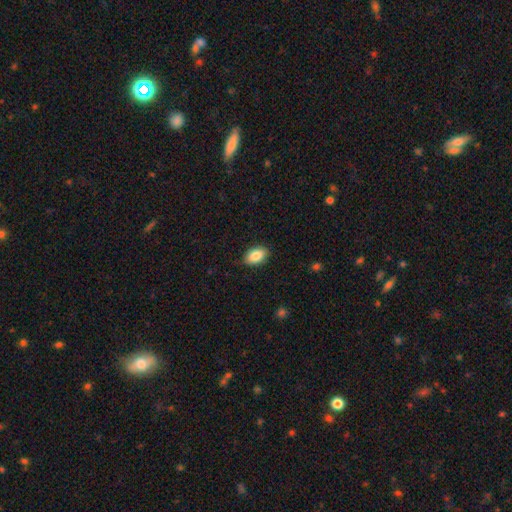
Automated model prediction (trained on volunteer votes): A smooth galaxy with no disk features (87%) that is in between round and cigar-shaped (90%). Merging: none (82%).